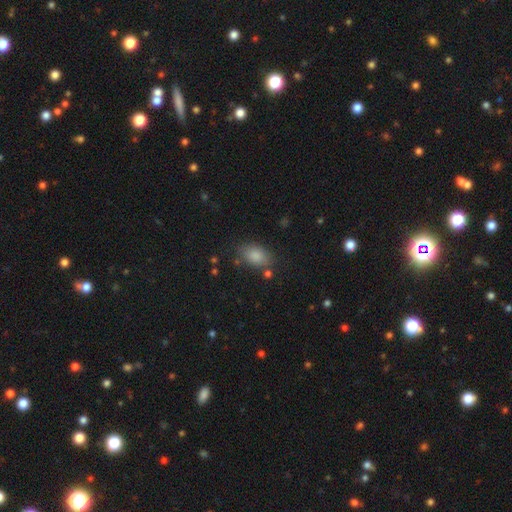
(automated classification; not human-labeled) Smooth or featured? Predicted: smooth (p=0.85). How rounded? Predicted: in between (p=0.88). Merging? Predicted: none (p=0.75).